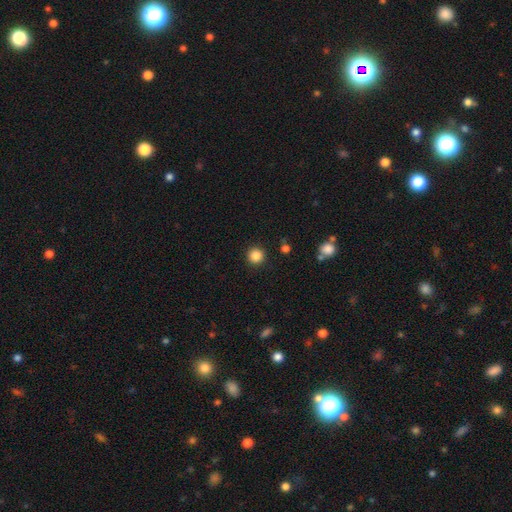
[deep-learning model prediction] This appears to be a smooth galaxy with no disk features (86%) that is round (95%). Merging: none (91%).